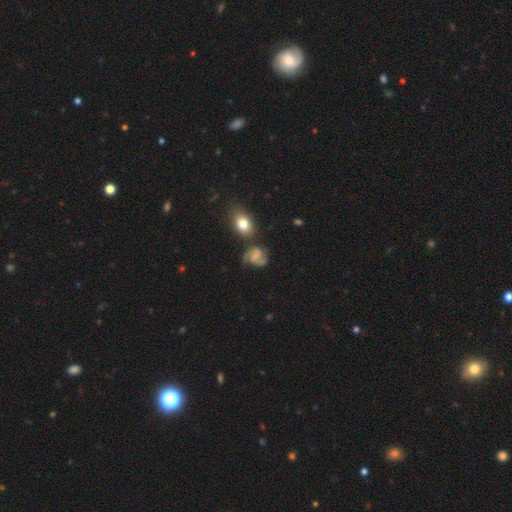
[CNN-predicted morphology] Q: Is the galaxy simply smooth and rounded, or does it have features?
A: featured or disk — 69%.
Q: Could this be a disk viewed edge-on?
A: no — 98%.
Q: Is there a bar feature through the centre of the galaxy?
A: no — 44%.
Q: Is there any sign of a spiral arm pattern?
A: yes — 92%.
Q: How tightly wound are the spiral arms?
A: medium — 51%.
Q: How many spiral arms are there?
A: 2 — 85%.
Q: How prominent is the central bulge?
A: none — 49%.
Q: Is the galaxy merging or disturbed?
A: none — 60%.